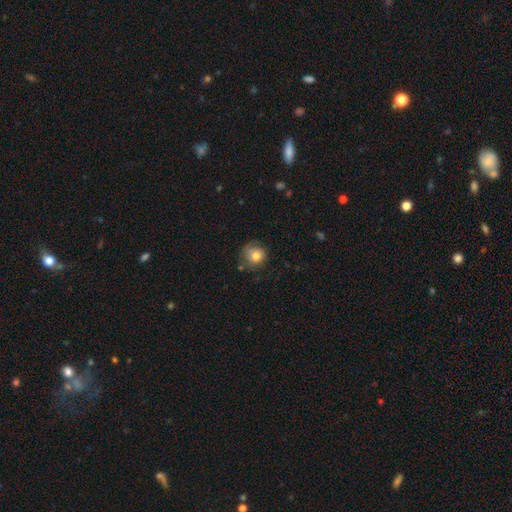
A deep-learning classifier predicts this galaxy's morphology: The model was most divided on "merging": none: 66%, minor disturbance: 23%, major disturbance: 8%, merger: 3%. More confident: how rounded — round (88%); smooth or featured — smooth (76%).